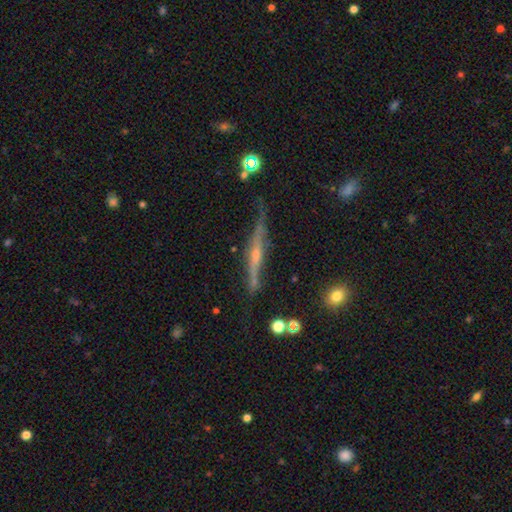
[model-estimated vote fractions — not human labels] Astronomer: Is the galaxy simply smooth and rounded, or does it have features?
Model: featured or disk — 74%.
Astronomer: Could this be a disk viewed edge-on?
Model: yes — 94%.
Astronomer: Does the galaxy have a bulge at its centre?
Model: rounded — 58%.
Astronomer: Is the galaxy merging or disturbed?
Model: none — 66%.